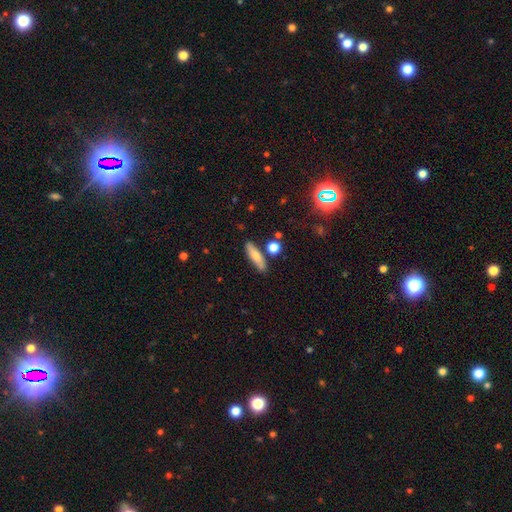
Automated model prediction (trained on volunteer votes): smooth_or_featured: smooth (p=0.75) [alt: featured or disk p=0.18]
how_rounded: cigar-shaped (p=0.62) [alt: in between p=0.35]
merging: none (p=0.79) [alt: minor disturbance p=0.12]